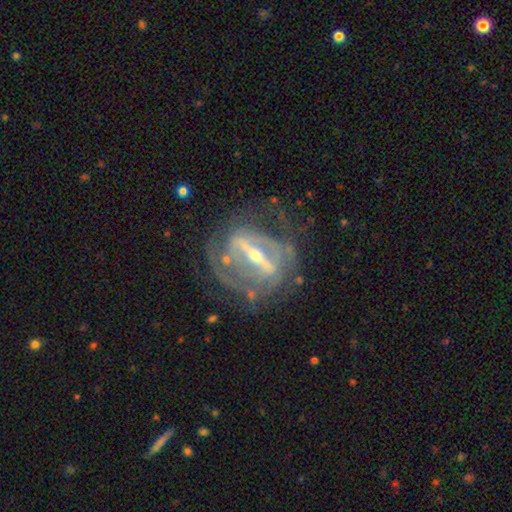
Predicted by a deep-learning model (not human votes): A featured or disk galaxy (89%) with a strong bar (83%), 2 (44%) tight (51%) spiral arms (77%) and a small central bulge (60%).

Vote fractions:
- Smooth or featured? featured or disk: 89% / star or artifact: 5% / smooth: 5%
- Edge-on disk? no: 86% / yes: 14%
- Bar? strong: 83% / weak: 12% / no: 5%
- Spiral arms? yes: 77% / no: 23%
- Spiral winding? tight: 51% / medium: 35% / loose: 14%
- Spiral arm count? 2: 44% / can't tell: 31% / 3: 11% / 1: 5% / 4: 5% / more than 4: 4%
- Bulge size? small: 60% / moderate: 36% / large: 2% / none: 1% / dominant: 1%
- Merging? none: 60% / minor disturbance: 19% / major disturbance: 19% / merger: 3%